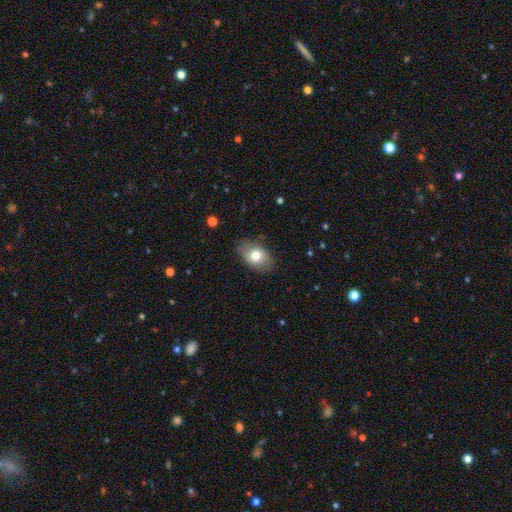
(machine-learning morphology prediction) Smooth or featured? smooth (74%)
How rounded? in between (85%)
Merging? none (81%)